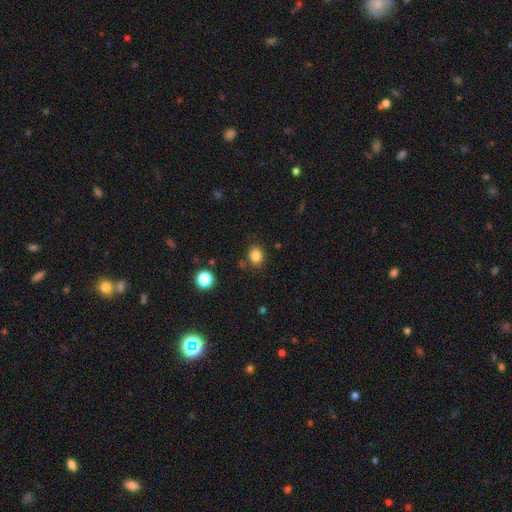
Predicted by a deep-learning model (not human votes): Smooth or featured? Predicted: smooth (p=0.84). How rounded? Predicted: round (p=0.68). Merging? Predicted: none (p=0.81).